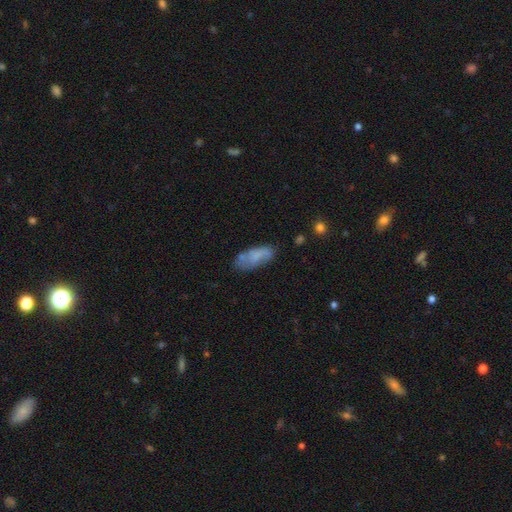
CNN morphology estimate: Overall: smooth (66%). How rounded: in between (78%). Merging: none (59%; minor disturbance 25%).